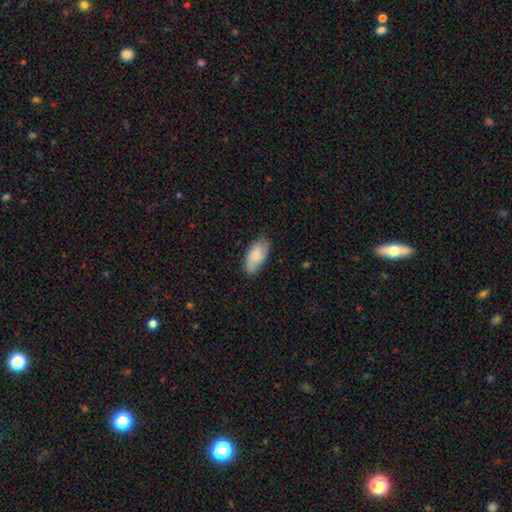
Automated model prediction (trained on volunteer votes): smooth_or_featured: smooth (p=0.83) [alt: featured or disk p=0.11]
how_rounded: in between (p=0.93) [alt: cigar-shaped p=0.05]
merging: none (p=0.77) [alt: minor disturbance p=0.19]